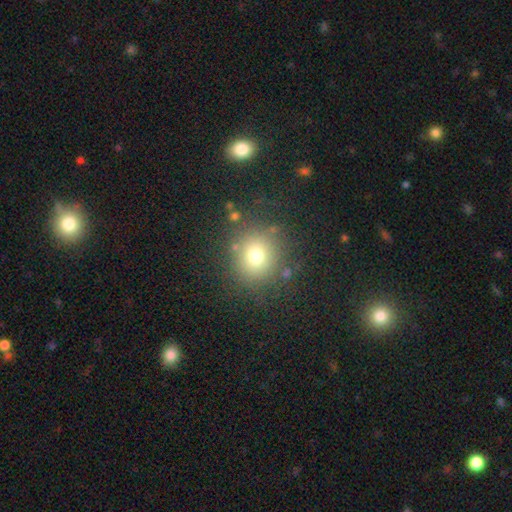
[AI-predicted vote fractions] This appears to be a smooth galaxy with no disk features (74%) that is round (85%). Merging: none (82%).